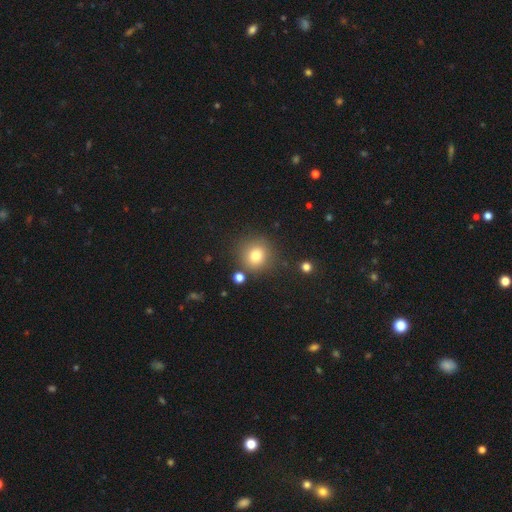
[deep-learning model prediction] The model was most divided on "smooth or featured": smooth: 79%, star or artifact: 13%, featured or disk: 9%. More confident: how rounded — round (90%); merging — none (82%).